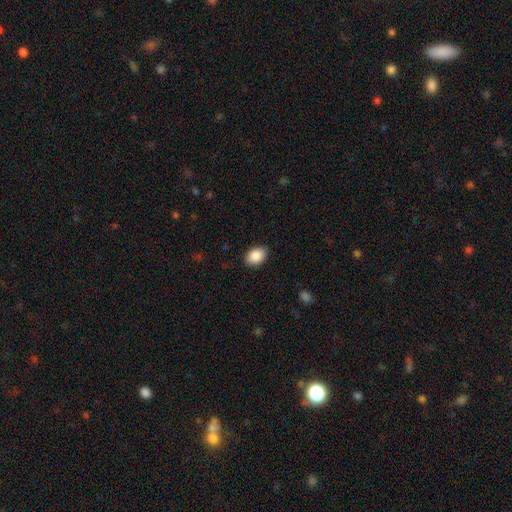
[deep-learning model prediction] A smooth galaxy with no disk features (88%) that is in between round and cigar-shaped (81%).

Vote fractions:
- Smooth or featured? smooth: 88% / star or artifact: 7% / featured or disk: 5%
- How rounded? in between: 81% / round: 18% / cigar-shaped: 1%
- Merging? none: 88% / minor disturbance: 9% / major disturbance: 2% / merger: 1%